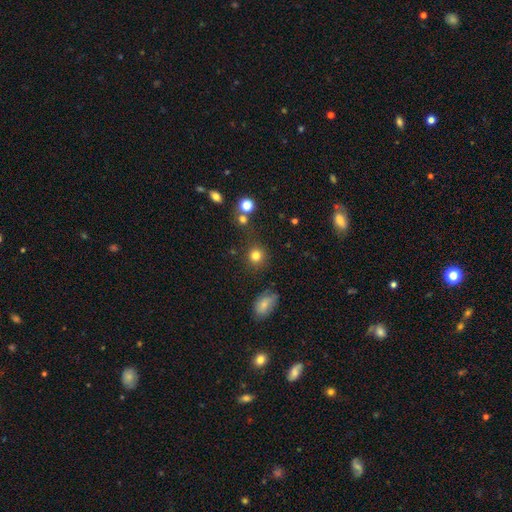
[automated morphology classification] A smooth galaxy with no disk features (81%) that is round (90%). Merging: none (82%).